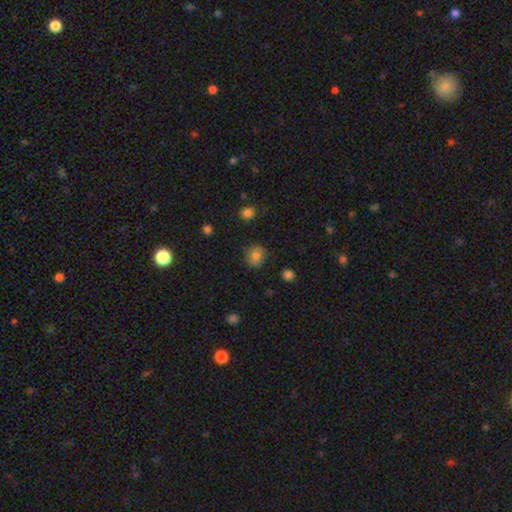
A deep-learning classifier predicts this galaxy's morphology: Q: Smooth or featured?
A: smooth (78%); runner-up: featured or disk (11%)
Q: How rounded?
A: round (80%); runner-up: in between (19%)
Q: Merging?
A: none (80%); runner-up: minor disturbance (14%)